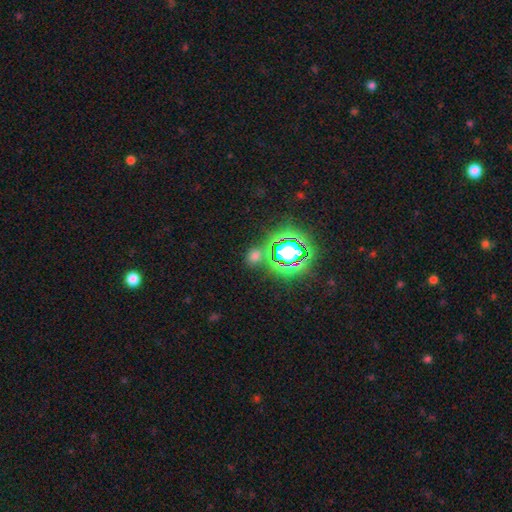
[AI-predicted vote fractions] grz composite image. It shows a smooth galaxy with no disk features (50%). Merging: none (75%).